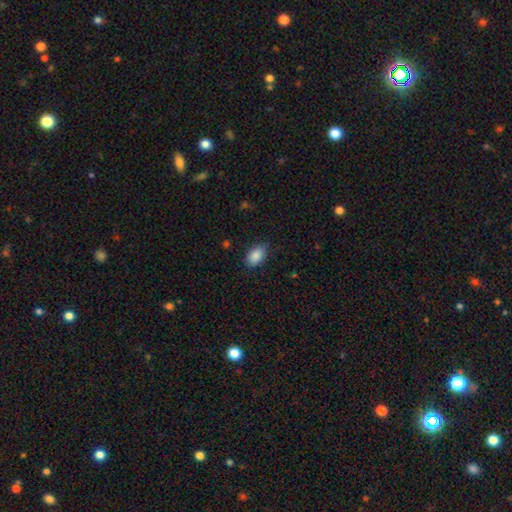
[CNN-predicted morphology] A smooth galaxy with no disk features (89%) that is in between round and cigar-shaped (91%).

Vote fractions:
- Smooth or featured? smooth: 89% / star or artifact: 7% / featured or disk: 4%
- How rounded? in between: 91% / round: 7% / cigar-shaped: 2%
- Merging? none: 82% / minor disturbance: 15% / major disturbance: 3% / merger: 1%